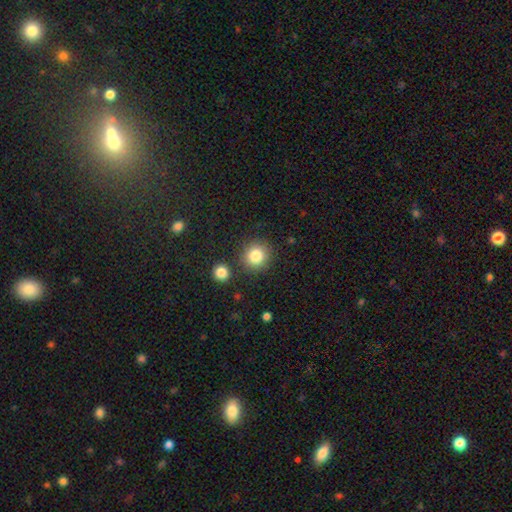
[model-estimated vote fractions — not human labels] A smooth galaxy with no disk features (84%) that is round (89%). Merging: none (84%).